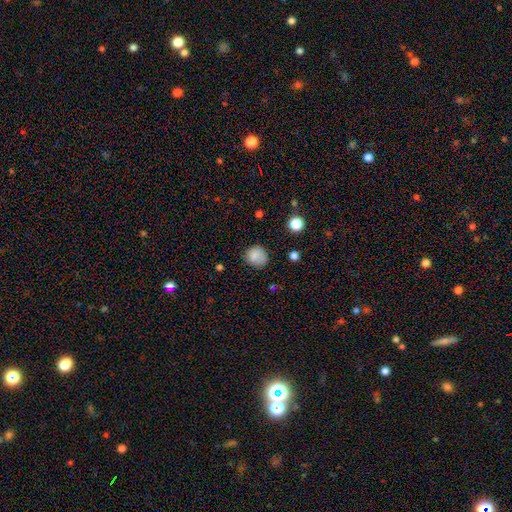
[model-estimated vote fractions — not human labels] Q: Smooth or featured?
A: smooth (84%); runner-up: star or artifact (10%)
Q: How rounded?
A: round (83%); runner-up: in between (16%)
Q: Merging?
A: none (75%); runner-up: minor disturbance (18%)